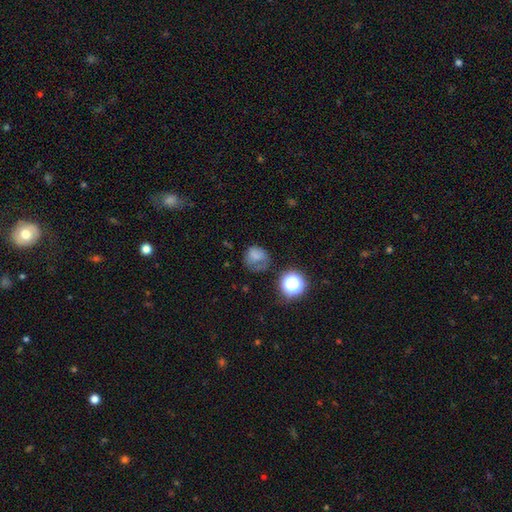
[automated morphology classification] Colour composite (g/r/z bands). It shows a smooth galaxy with no disk features (68%) that is round (75%). Merging: none (49%).